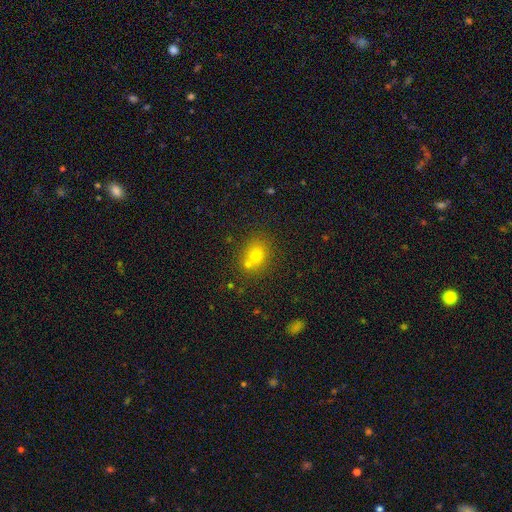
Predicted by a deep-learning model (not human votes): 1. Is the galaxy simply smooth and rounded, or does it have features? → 71% smooth, 17% star or artifact, 13% featured or disk.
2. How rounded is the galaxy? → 68% round, 31% in between, 1% cigar-shaped.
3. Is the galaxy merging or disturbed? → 58% none, 29% merger, 10% minor disturbance, 3% major disturbance.